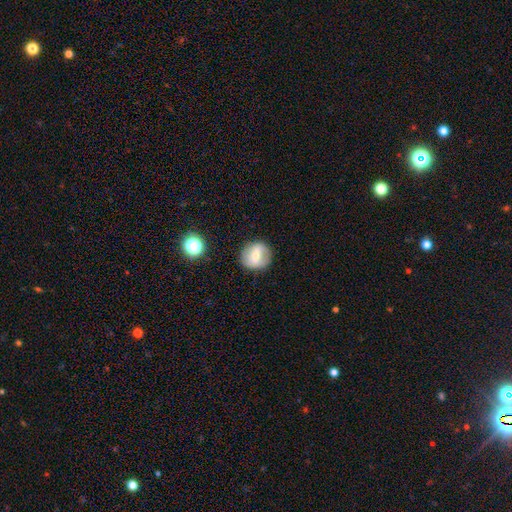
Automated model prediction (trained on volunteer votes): The model was most divided on "smooth or featured": smooth: 53%, featured or disk: 38%, star or artifact: 9%. More confident: how rounded — round (86%); merging — none (83%).